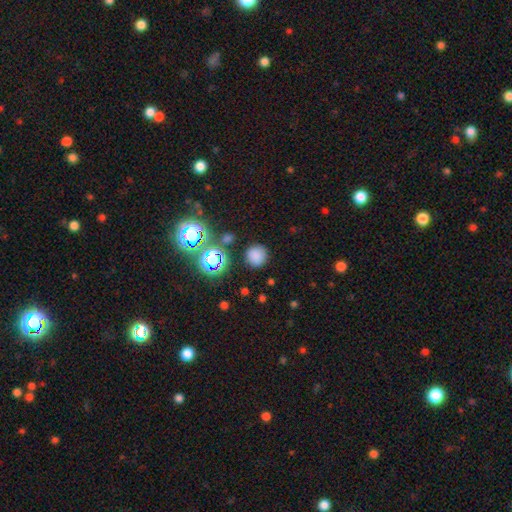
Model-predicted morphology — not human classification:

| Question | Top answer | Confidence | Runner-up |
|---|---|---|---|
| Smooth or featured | smooth | 74% | star or artifact (20%) |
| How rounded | round | 91% | in between (8%) |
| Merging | none | 84% | minor disturbance (9%) |